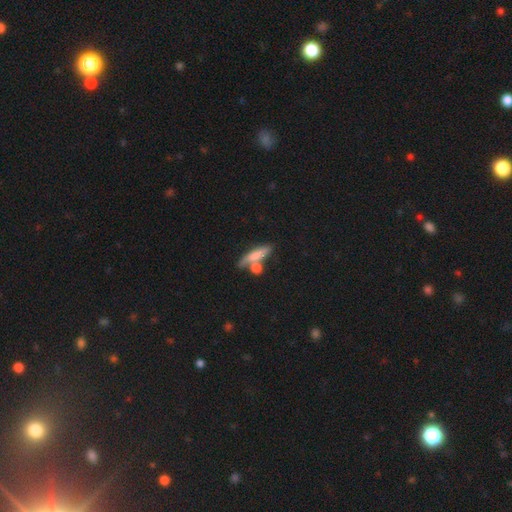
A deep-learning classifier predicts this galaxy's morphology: This appears to be a smooth galaxy with no disk features (69%) that is cigar-shaped (62%). Merging: none (49%).